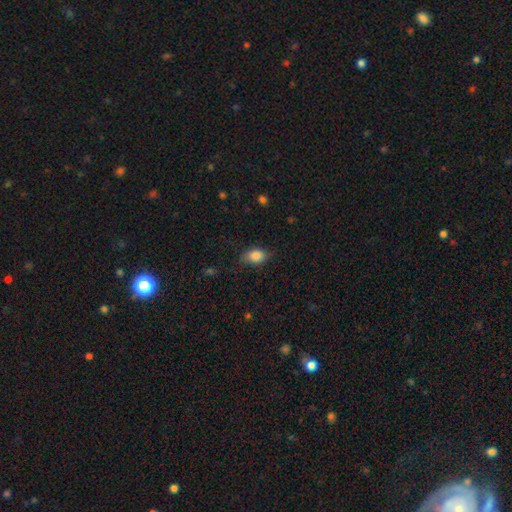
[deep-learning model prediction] Smooth or featured? smooth (85%)
How rounded? in between (85%)
Merging? none (73%)